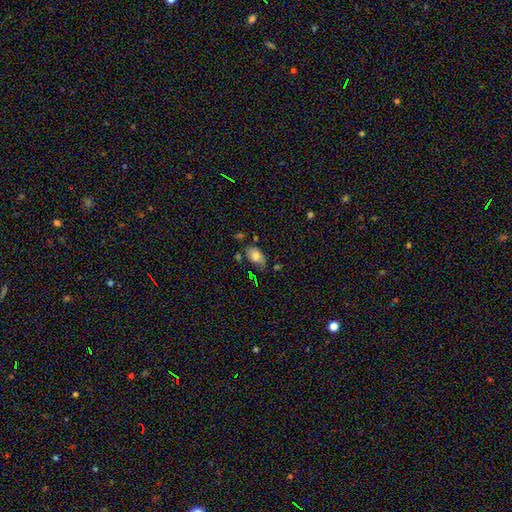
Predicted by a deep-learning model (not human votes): Overall: smooth (77%). How rounded: in between (87%). Merging: none (55%; minor disturbance 29%).